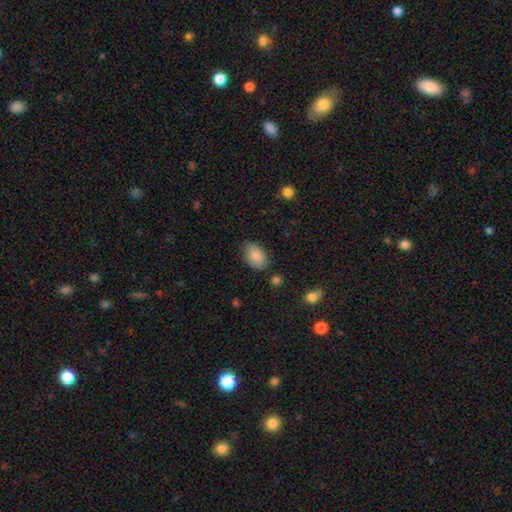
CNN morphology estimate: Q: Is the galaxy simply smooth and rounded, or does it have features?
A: smooth — 88%.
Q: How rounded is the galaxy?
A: in between — 89%.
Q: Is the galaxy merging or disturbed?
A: none — 79%.